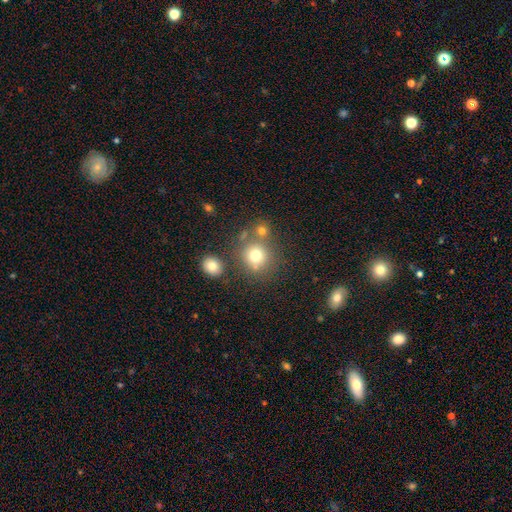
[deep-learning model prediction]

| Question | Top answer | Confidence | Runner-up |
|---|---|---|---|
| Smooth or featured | smooth | 74% | star or artifact (15%) |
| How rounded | round | 87% | in between (12%) |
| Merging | none | 67% | merger (17%) |